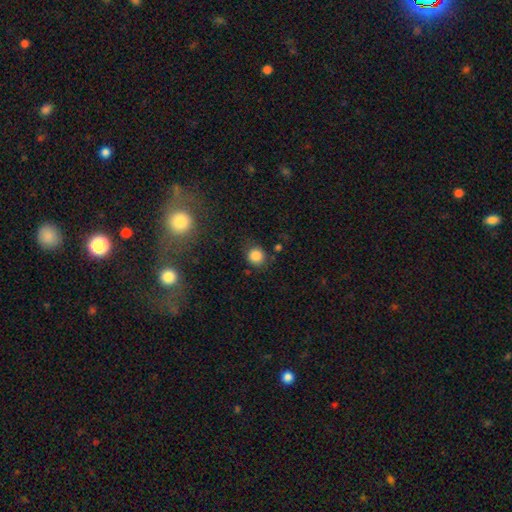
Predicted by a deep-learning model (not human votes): The model was most divided on "merging": none: 80%, minor disturbance: 12%, major disturbance: 4%, merger: 4%. More confident: how rounded — round (89%); smooth or featured — smooth (85%).